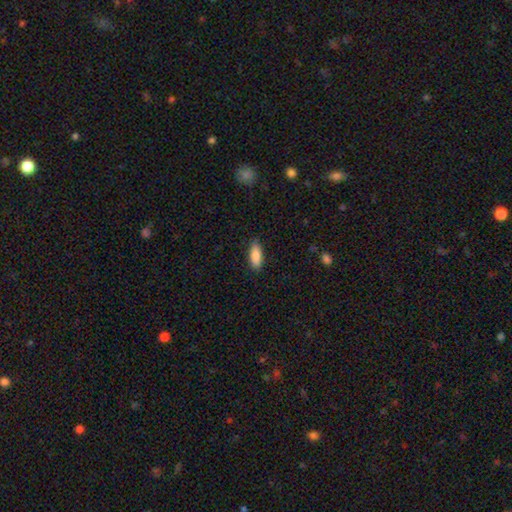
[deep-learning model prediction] Q: Smooth or featured?
A: smooth (87%); runner-up: featured or disk (7%)
Q: How rounded?
A: in between (76%); runner-up: cigar-shaped (22%)
Q: Merging?
A: none (86%); runner-up: minor disturbance (11%)